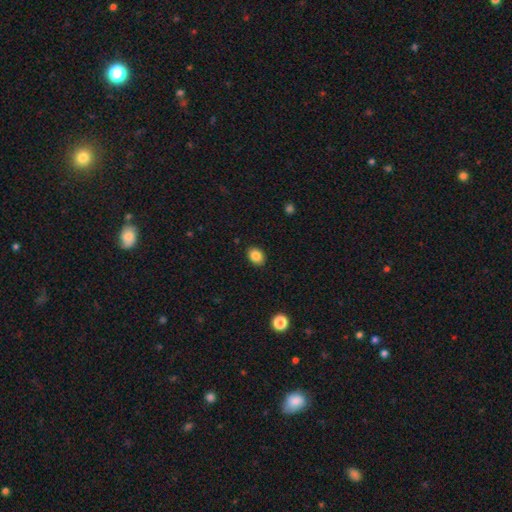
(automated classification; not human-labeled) Smooth or featured? smooth (86%)
How rounded? in between (57%)
Merging? none (89%)